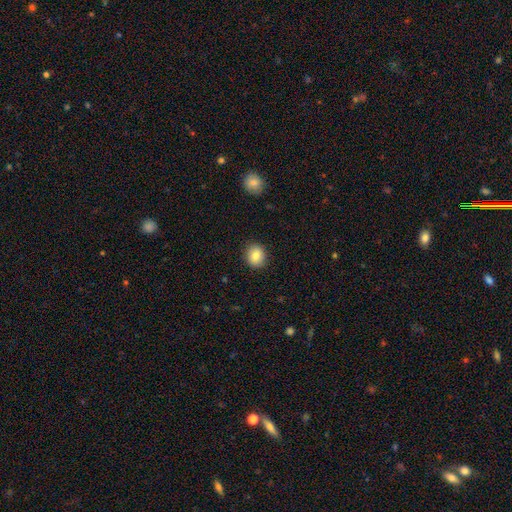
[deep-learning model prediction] Smooth or featured: smooth — 83% (star or artifact — 9%)
How rounded: round — 71% (in between — 28%)
Merging: none — 90% (minor disturbance — 7%)